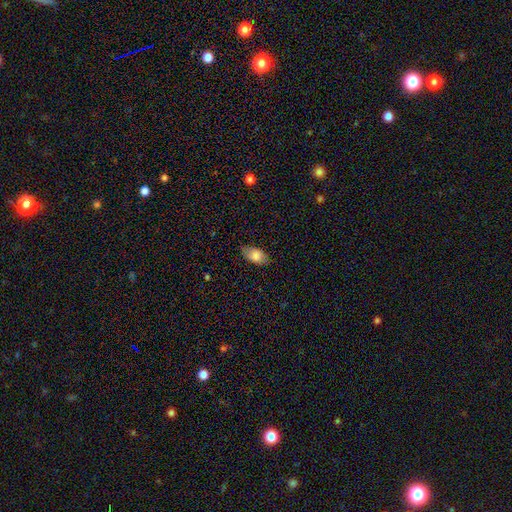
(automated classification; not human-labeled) smooth_or_featured: smooth (p=0.82) [alt: featured or disk p=0.10]
how_rounded: in between (p=0.91) [alt: round p=0.06]
merging: none (p=0.76) [alt: minor disturbance p=0.19]